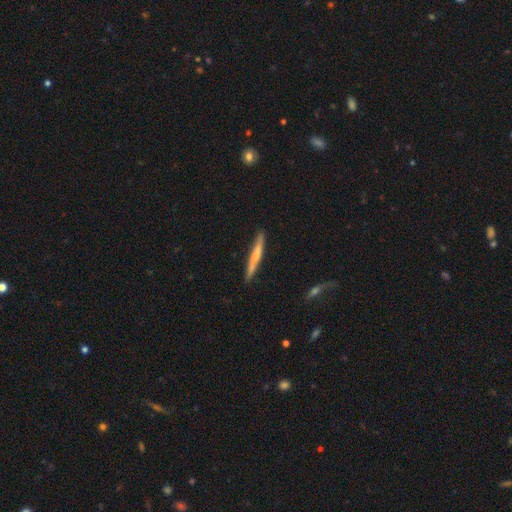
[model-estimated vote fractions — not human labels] Smooth or featured?
  - smooth: 48% *
  - featured or disk: 46%
  - star or artifact: 6%
Merging?
  - none: 87% *
  - minor disturbance: 10%
  - major disturbance: 2%
  - merger: 2%